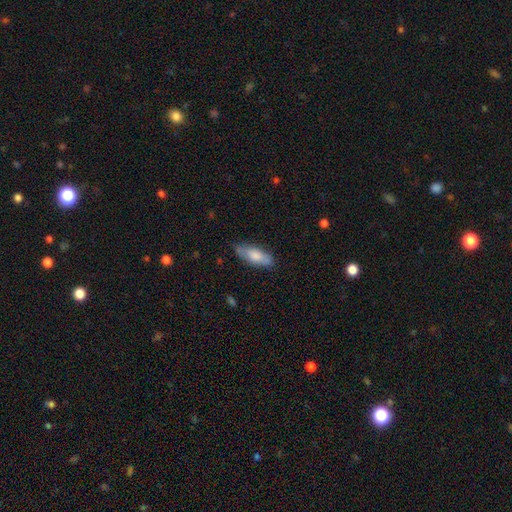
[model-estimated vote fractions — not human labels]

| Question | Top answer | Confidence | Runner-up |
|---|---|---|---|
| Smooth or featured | smooth | 76% | featured or disk (19%) |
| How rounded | in between | 70% | cigar-shaped (28%) |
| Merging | none | 78% | minor disturbance (18%) |